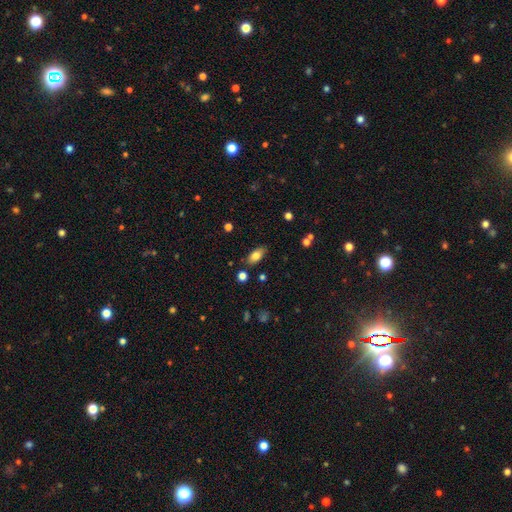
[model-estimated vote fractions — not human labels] A smooth galaxy with no disk features (81%) that is in between round and cigar-shaped (89%). Merging: none (82%).